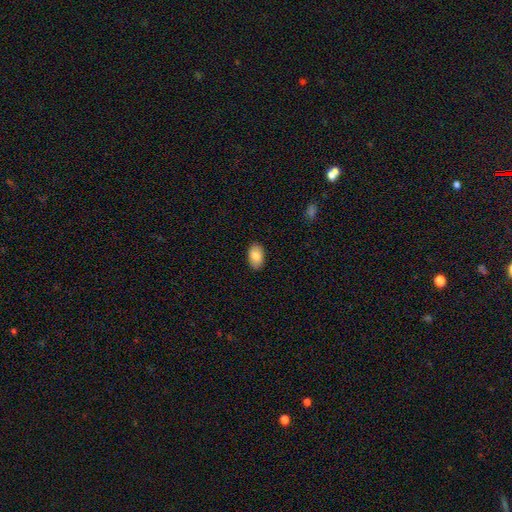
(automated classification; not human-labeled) This is clearly a smooth galaxy (84%). How rounded: clearly in between (93%). Merging: clearly none (89%).